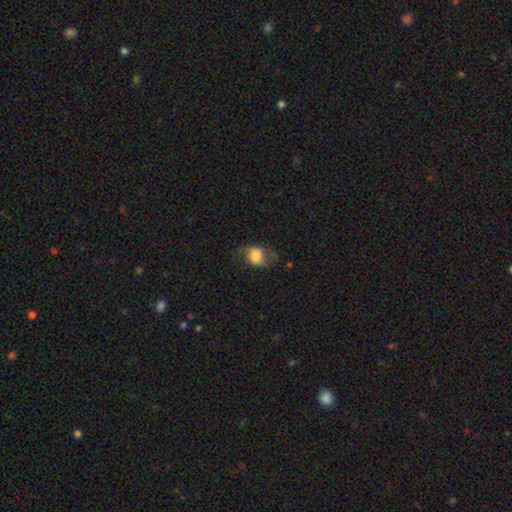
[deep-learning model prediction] smooth 60%, featured or disk 31%, star or artifact 9%. Down the decision tree: how rounded — in between (54%); merging — none (54%).